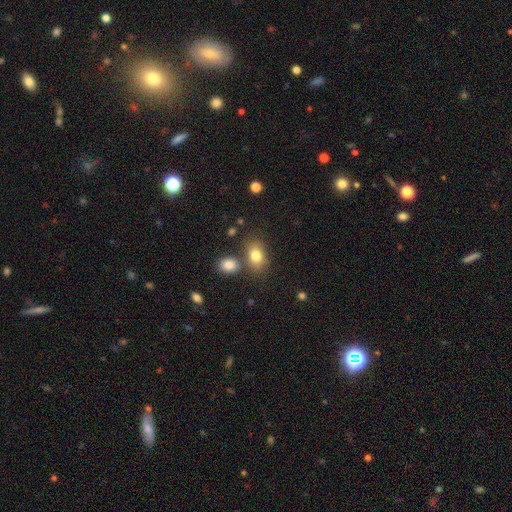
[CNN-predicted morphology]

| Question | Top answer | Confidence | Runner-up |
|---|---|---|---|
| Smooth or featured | smooth | 80% | star or artifact (10%) |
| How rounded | in between | 74% | round (25%) |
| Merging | none | 66% | merger (17%) |